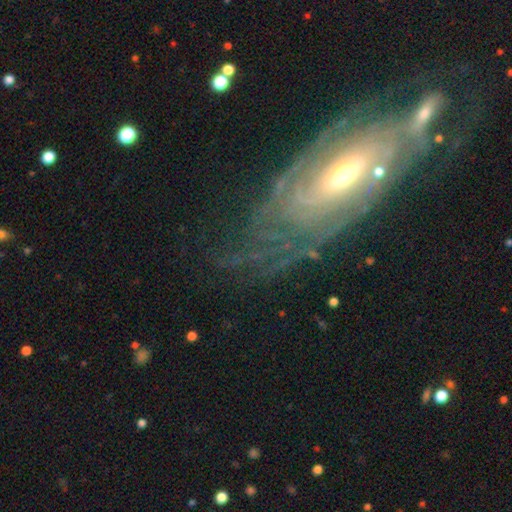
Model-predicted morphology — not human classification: Q: Smooth or featured?
A: featured or disk (81%); runner-up: smooth (10%)
Q: Edge-on disk?
A: no (91%); runner-up: yes (9%)
Q: Bar?
A: no (53%); runner-up: weak (31%)
Q: Spiral arms?
A: yes (88%); runner-up: no (12%)
Q: Spiral winding?
A: tight (72%); runner-up: medium (21%)
Q: Spiral arm count?
A: can't tell (50%); runner-up: 2 (14%)
Q: Bulge size?
A: moderate (54%); runner-up: small (38%)
Q: Merging?
A: none (66%); runner-up: minor disturbance (17%)